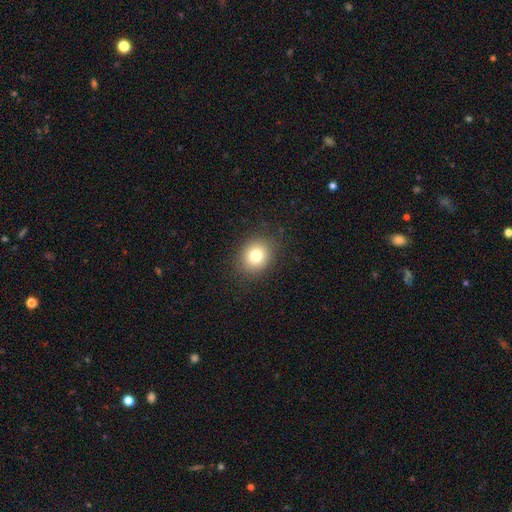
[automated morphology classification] Smooth or featured?
  - smooth: 78% *
  - star or artifact: 12%
  - featured or disk: 10%
How rounded?
  - round: 68% *
  - in between: 31%
  - cigar-shaped: 1%
Merging?
  - none: 87% *
  - minor disturbance: 8%
  - major disturbance: 3%
  - merger: 1%